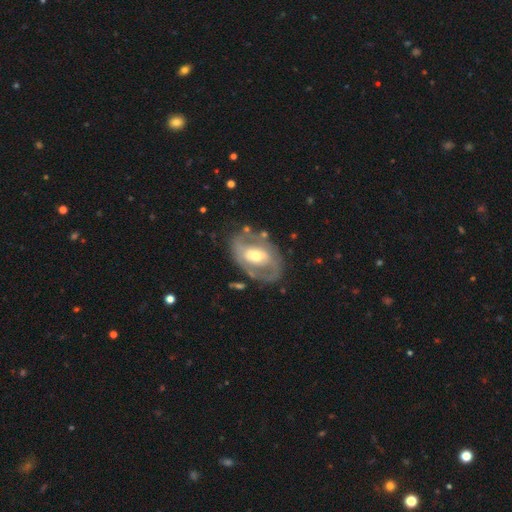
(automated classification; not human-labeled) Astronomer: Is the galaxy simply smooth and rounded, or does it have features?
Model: featured or disk — 71%.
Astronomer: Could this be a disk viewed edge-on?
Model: no — 94%.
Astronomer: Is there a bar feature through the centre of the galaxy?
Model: no — 49% (runner-up: weak, 32%).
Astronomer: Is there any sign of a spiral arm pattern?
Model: yes — 52% (runner-up: no, 48%).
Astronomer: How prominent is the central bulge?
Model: moderate — 65%.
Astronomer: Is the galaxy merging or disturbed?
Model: none — 70%.